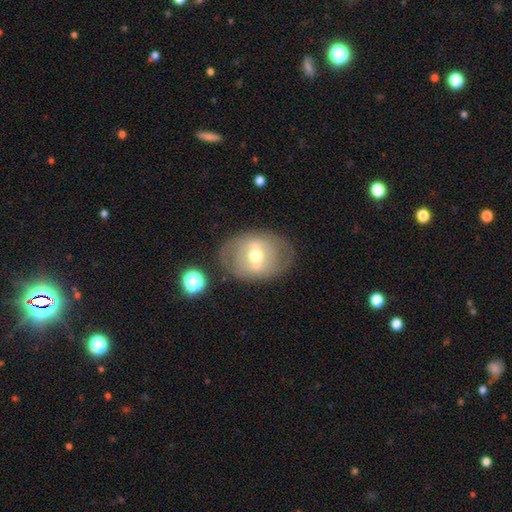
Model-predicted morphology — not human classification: smooth-or-featured: featured or disk: 59% | smooth: 33% | star or artifact: 7%
  disk-edge-on: no: 92% | yes: 8%
    bar: weak: 41% | strong: 38% | no: 21%
    has-spiral-arms: no: 68% | yes: 32%
    bulge-size: moderate: 71% | small: 19% | large: 8% | dominant: 1% | none: 1%
  merging: none: 77% | minor disturbance: 14% | major disturbance: 7% | merger: 2%